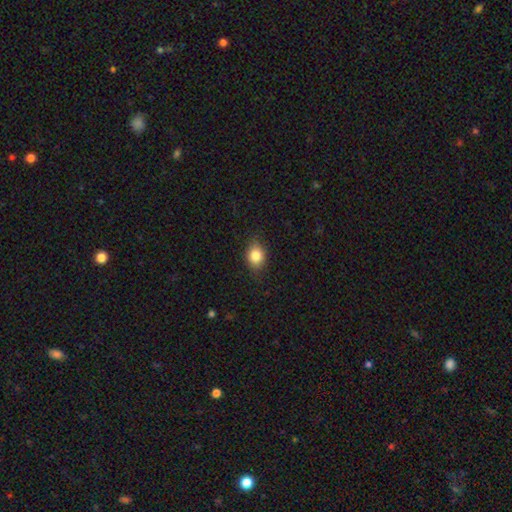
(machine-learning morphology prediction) Smooth or featured? Predicted: smooth (p=0.83). How rounded? Predicted: in between (p=0.60). Merging? Predicted: none (p=0.81).